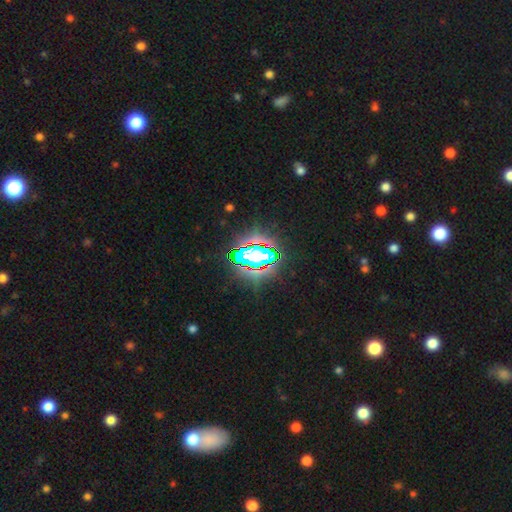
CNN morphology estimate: The model was most divided on "smooth or featured": star or artifact: 69%, smooth: 17%, featured or disk: 14%.